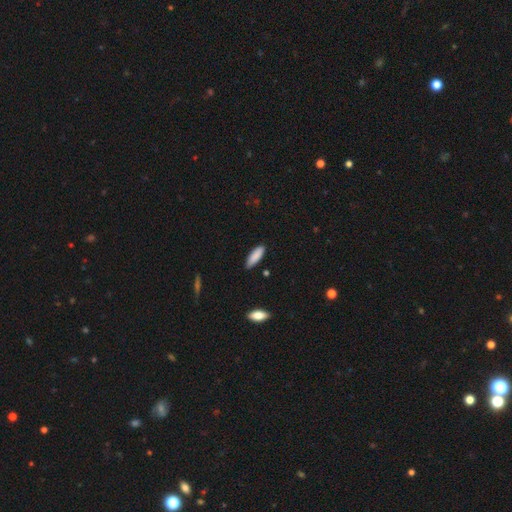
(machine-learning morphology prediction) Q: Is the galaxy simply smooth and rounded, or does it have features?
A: smooth — 88%.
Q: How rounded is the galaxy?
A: in between — 56%.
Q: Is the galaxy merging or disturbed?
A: none — 84%.